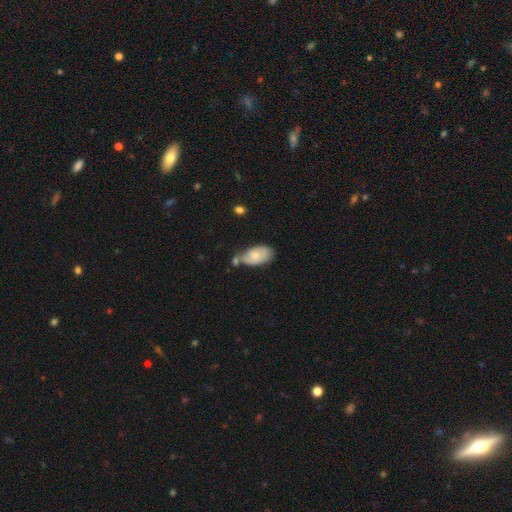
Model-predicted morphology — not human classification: type=smooth (65%); roundness=in between (94%); merging=none (41%).